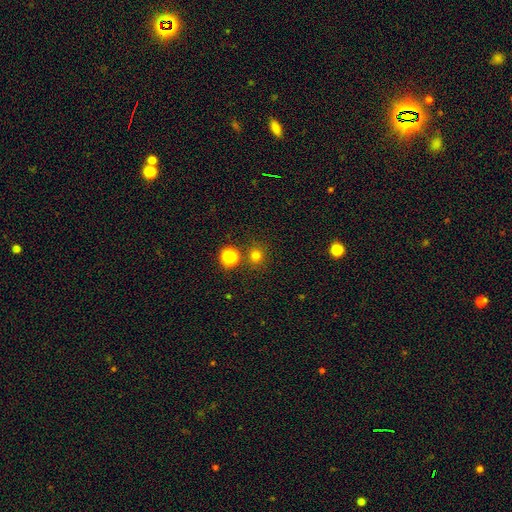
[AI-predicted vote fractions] smooth-or-featured: smooth: 75% | star or artifact: 20% | featured or disk: 5%
  how-rounded: round: 90% | in between: 9% | cigar-shaped: 1%
  merging: none: 81% | merger: 8% | minor disturbance: 7% | major disturbance: 3%